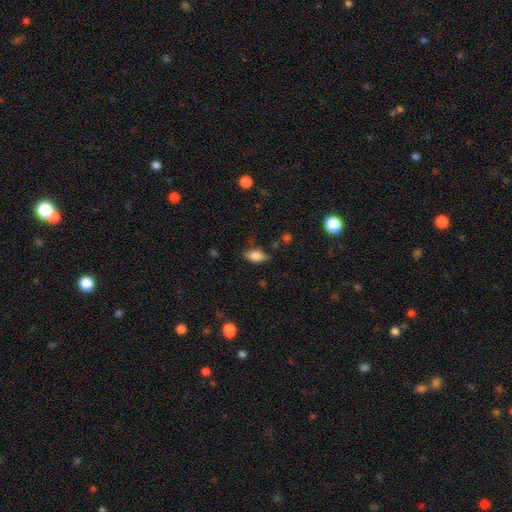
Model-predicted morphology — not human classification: smooth_or_featured: smooth (p=0.79) [alt: featured or disk p=0.13]
how_rounded: in between (p=0.87) [alt: cigar-shaped p=0.08]
merging: none (p=0.68) [alt: minor disturbance p=0.23]